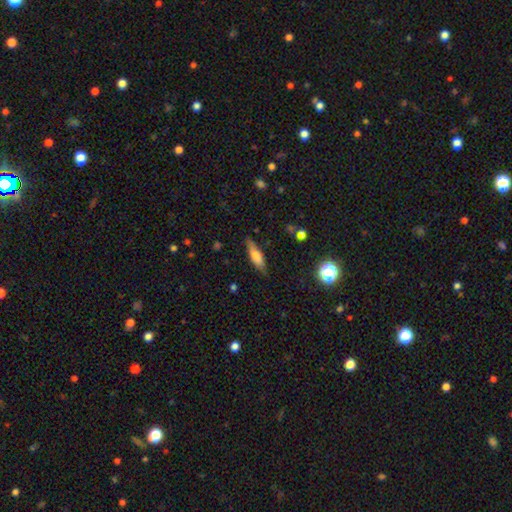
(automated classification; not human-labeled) smooth_or_featured: smooth (p=0.65) [alt: featured or disk p=0.26]
how_rounded: cigar-shaped (p=0.57) [alt: in between p=0.40]
merging: none (p=0.79) [alt: minor disturbance p=0.16]